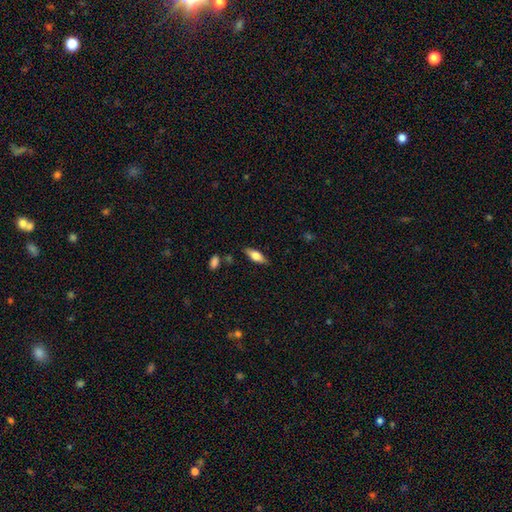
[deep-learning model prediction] Smooth or featured: smooth — 63% (featured or disk — 30%)
How rounded: in between — 68% (cigar-shaped — 29%)
Merging: none — 82% (minor disturbance — 13%)